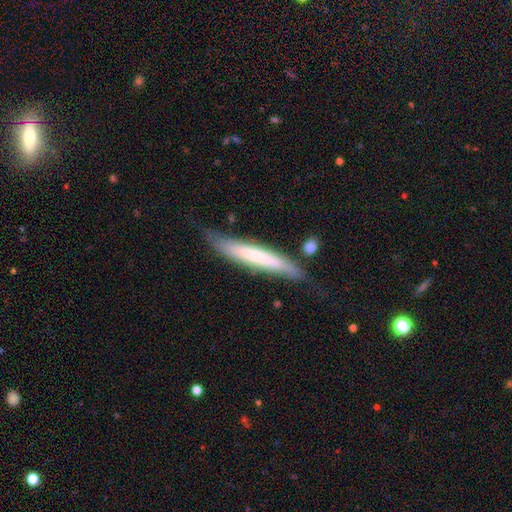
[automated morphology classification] smooth-or-featured: smooth: 58% | featured or disk: 36% | star or artifact: 6%
  how-rounded: cigar-shaped: 92% | in between: 7% | round: 1%
  merging: none: 71% | minor disturbance: 21% | major disturbance: 5% | merger: 4%